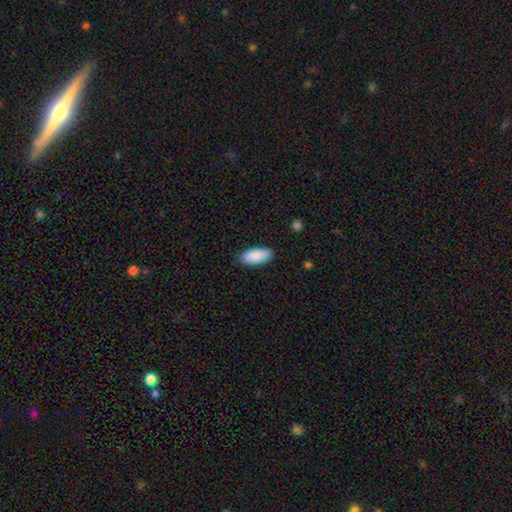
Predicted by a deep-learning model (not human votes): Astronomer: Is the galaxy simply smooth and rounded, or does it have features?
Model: smooth — 90%.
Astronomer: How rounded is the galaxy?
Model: in between — 86%.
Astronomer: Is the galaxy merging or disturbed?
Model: none — 88%.